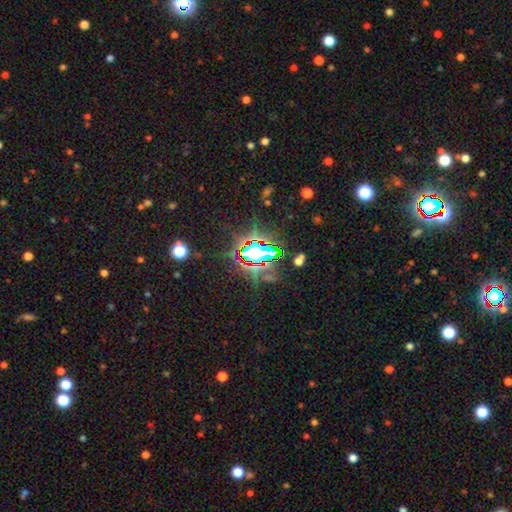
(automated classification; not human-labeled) smooth-or-featured: star or artifact: 76% | smooth: 13% | featured or disk: 11%